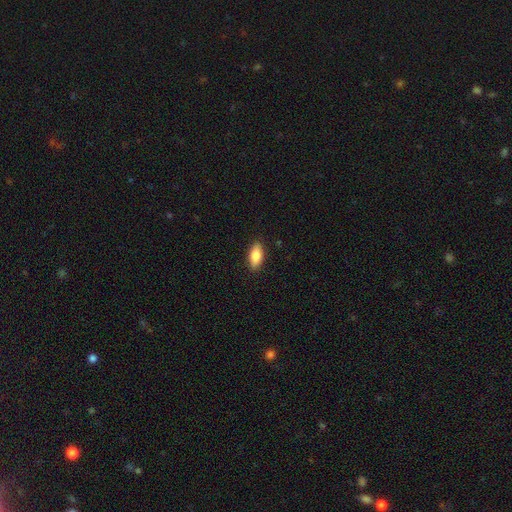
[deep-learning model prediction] A smooth galaxy with no disk features (85%) that is in between round and cigar-shaped (84%).

Vote fractions:
- Smooth or featured? smooth: 85% / featured or disk: 9% / star or artifact: 6%
- How rounded? in between: 84% / cigar-shaped: 13% / round: 3%
- Merging? none: 88% / minor disturbance: 9% / major disturbance: 2% / merger: 1%